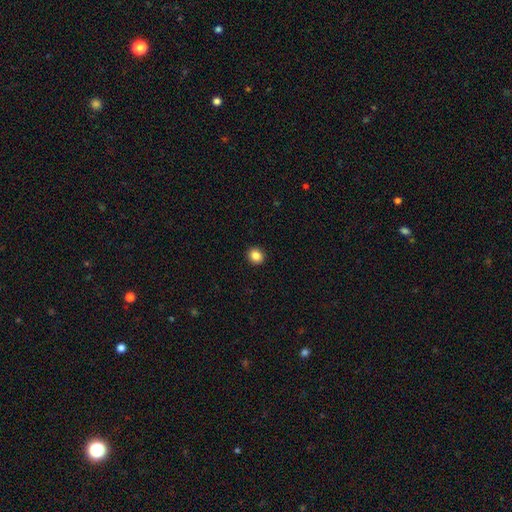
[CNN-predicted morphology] Smooth or featured?
  - smooth: 86% *
  - star or artifact: 10%
  - featured or disk: 4%
How rounded?
  - round: 82% *
  - in between: 17%
  - cigar-shaped: 1%
Merging?
  - none: 93% *
  - minor disturbance: 5%
  - major disturbance: 2%
  - merger: 1%